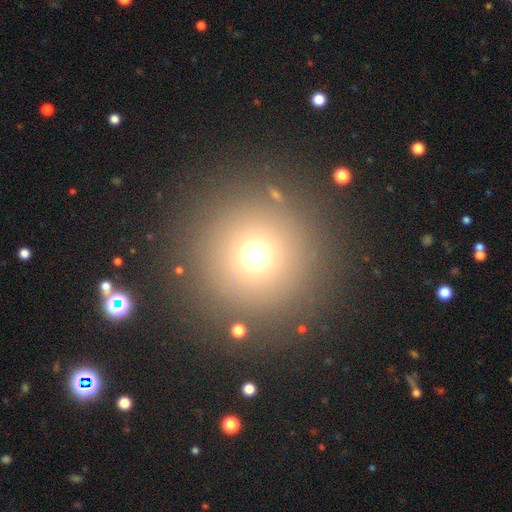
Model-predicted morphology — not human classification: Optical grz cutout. It shows a smooth galaxy with no disk features (68%) that is round (96%). Merging: none (89%).